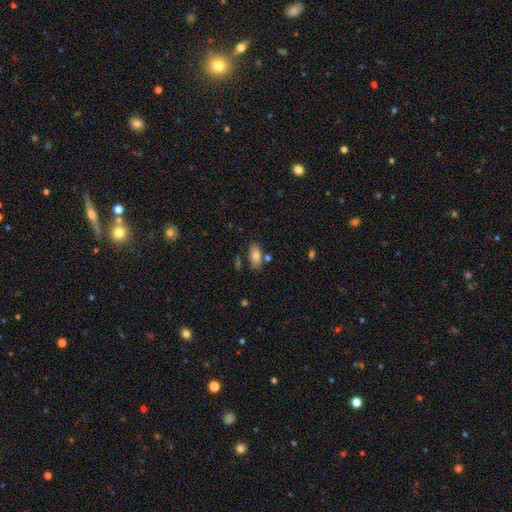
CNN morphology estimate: Q: Smooth or featured?
A: smooth (79%); runner-up: featured or disk (13%)
Q: How rounded?
A: in between (88%); runner-up: cigar-shaped (9%)
Q: Merging?
A: none (74%); runner-up: minor disturbance (13%)